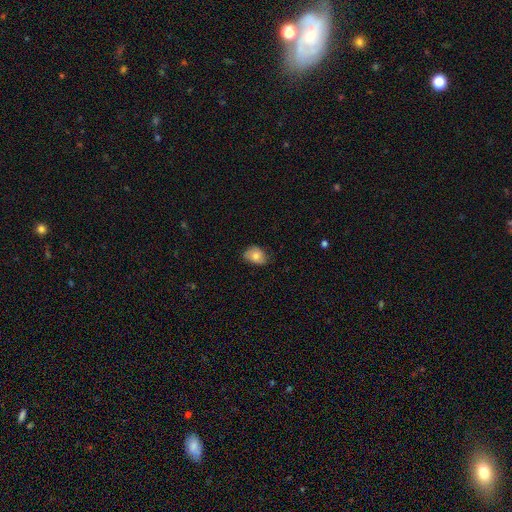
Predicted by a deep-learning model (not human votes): The model was most divided on "how rounded": in between: 68%, round: 31%, cigar-shaped: 1%. More confident: smooth or featured — smooth (75%); merging — none (66%).